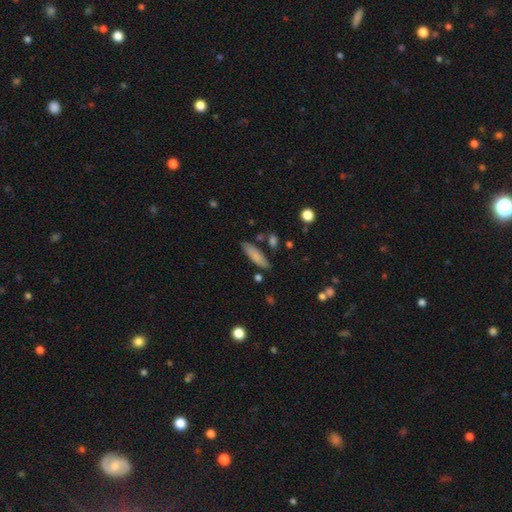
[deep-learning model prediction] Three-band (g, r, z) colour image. It shows a smooth galaxy with no disk features (82%) that is cigar-shaped (55%). Merging: none (79%).